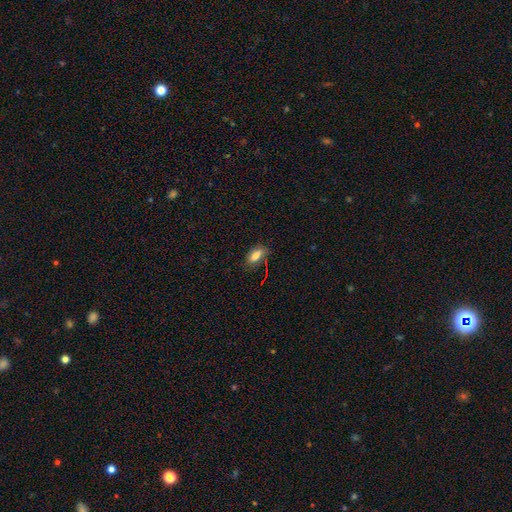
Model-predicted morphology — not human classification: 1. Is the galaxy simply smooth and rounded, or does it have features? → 76% smooth, 13% featured or disk, 10% star or artifact.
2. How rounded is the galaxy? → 85% in between, 11% cigar-shaped, 4% round.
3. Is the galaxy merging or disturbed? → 73% none, 19% minor disturbance, 5% major disturbance, 2% merger.